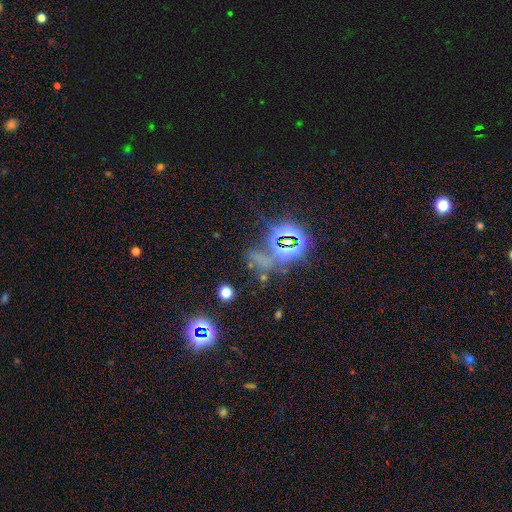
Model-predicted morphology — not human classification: This appears to be a star or artifact, not a galaxy (64%).